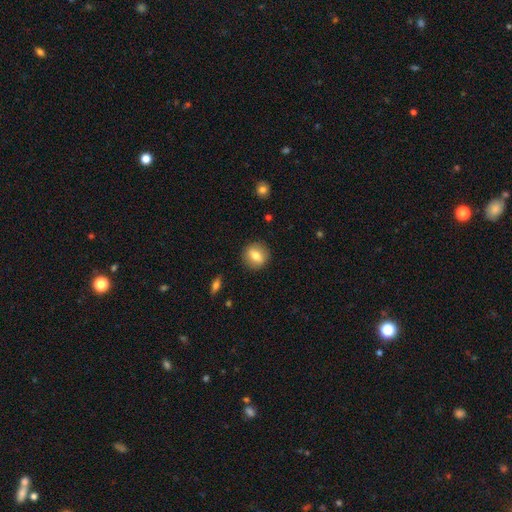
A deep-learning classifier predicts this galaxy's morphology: smooth_or_featured: smooth (p=0.71) [alt: featured or disk p=0.21]
how_rounded: round (p=0.79) [alt: in between p=0.19]
merging: none (p=0.88) [alt: minor disturbance p=0.08]